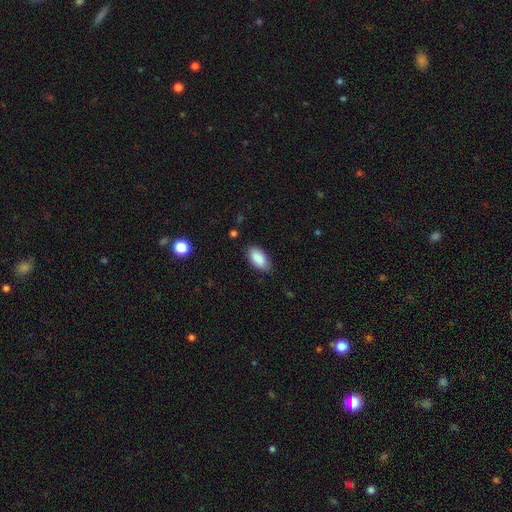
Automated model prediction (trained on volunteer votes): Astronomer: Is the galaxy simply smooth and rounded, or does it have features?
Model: smooth — 89%.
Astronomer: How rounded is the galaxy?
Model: in between — 93%.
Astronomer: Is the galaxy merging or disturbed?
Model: none — 83%.